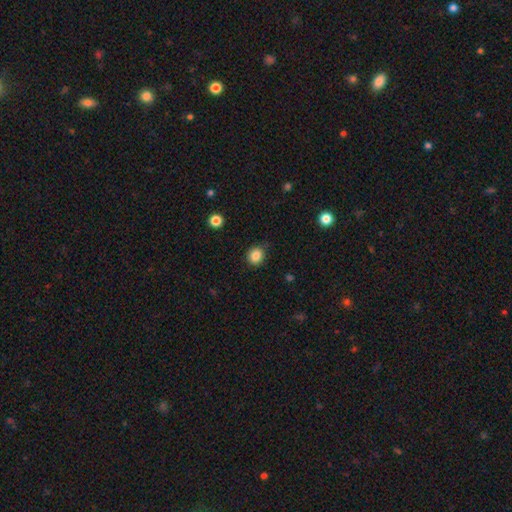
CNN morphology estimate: The model was most divided on "how rounded": round: 81%, in between: 18%, cigar-shaped: 1%. More confident: smooth or featured — smooth (86%); merging — none (83%).